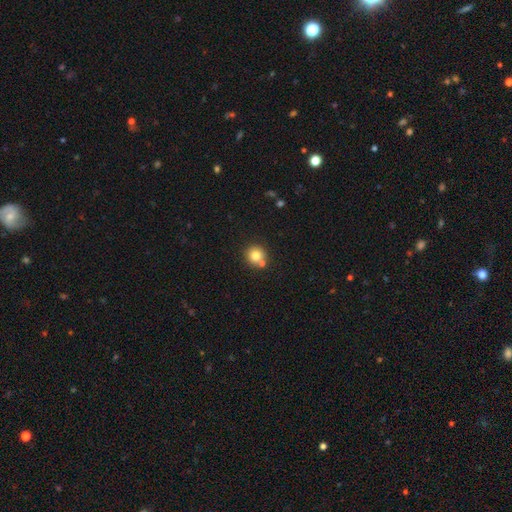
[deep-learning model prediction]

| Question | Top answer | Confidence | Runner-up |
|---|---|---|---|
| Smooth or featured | smooth | 78% | star or artifact (12%) |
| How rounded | round | 90% | in between (9%) |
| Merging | none | 68% | merger (21%) |